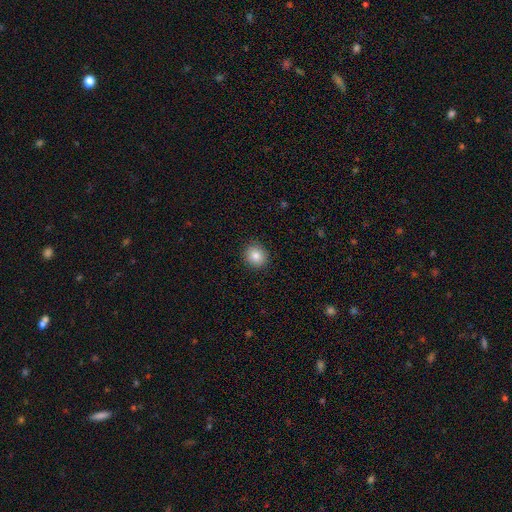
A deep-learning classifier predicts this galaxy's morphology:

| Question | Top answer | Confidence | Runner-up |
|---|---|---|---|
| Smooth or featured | smooth | 84% | star or artifact (10%) |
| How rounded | round | 80% | in between (19%) |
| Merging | none | 90% | minor disturbance (7%) |